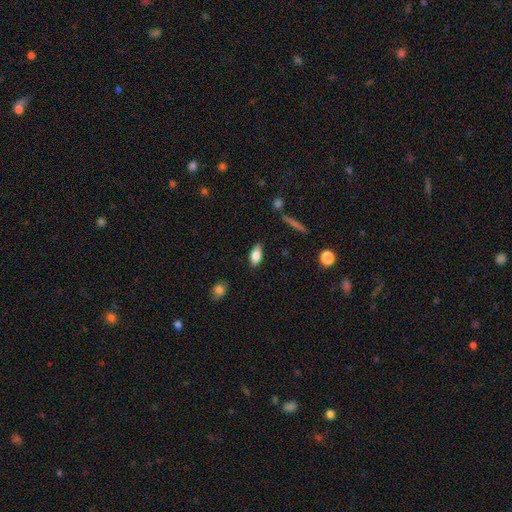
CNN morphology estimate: smooth_or_featured: smooth (p=0.76) [alt: featured or disk p=0.17]
how_rounded: in between (p=0.82) [alt: cigar-shaped p=0.14]
merging: none (p=0.82) [alt: minor disturbance p=0.13]